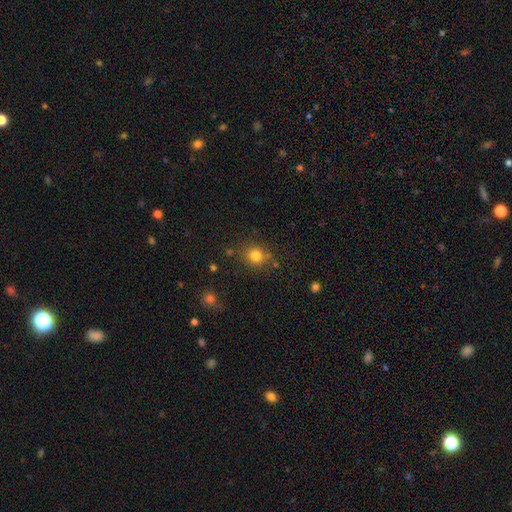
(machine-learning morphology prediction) type=smooth (81%); roundness=round (76%); merging=none (76%).